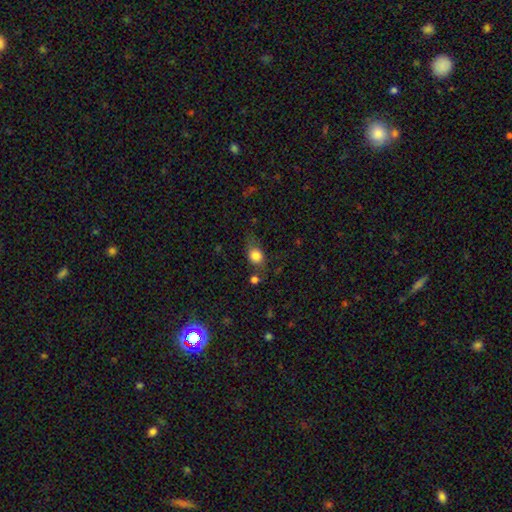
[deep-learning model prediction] Overall: smooth (80%). How rounded: round (53%; in between 44%). Merging: none (55%; minor disturbance 26%).